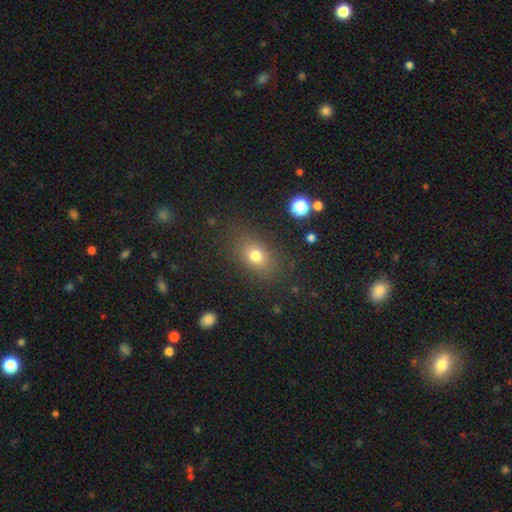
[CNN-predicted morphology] smooth_or_featured: smooth (p=0.75) [alt: star or artifact p=0.14]
how_rounded: in between (p=0.70) [alt: round p=0.27]
merging: none (p=0.81) [alt: minor disturbance p=0.12]